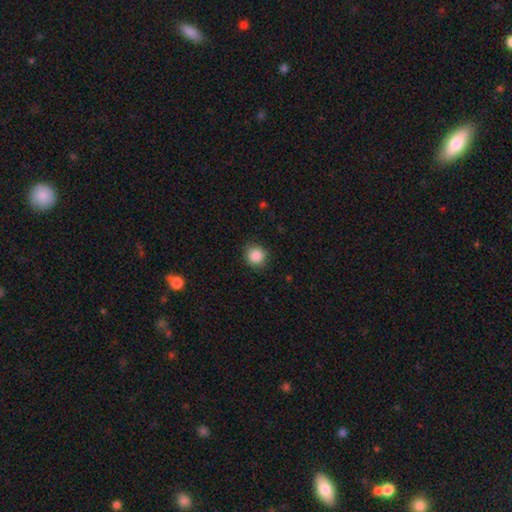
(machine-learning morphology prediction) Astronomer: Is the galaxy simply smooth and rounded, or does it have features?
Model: smooth — 87%.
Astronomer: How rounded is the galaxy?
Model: round — 91%.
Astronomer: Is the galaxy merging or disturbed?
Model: none — 88%.